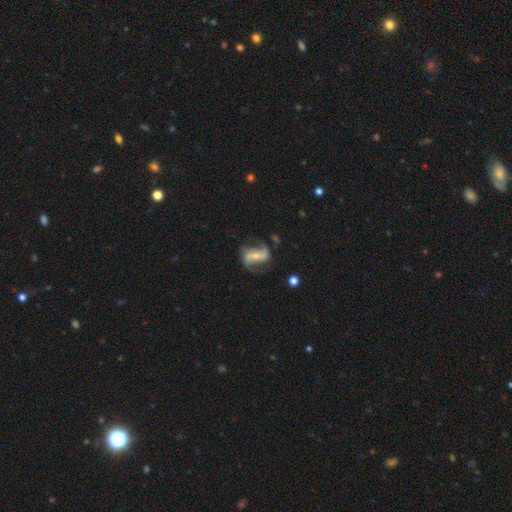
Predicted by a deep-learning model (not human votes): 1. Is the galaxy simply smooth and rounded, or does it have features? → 83% featured or disk, 10% smooth, 6% star or artifact.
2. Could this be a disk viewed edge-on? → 96% no, 4% yes.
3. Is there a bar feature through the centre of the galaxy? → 52% strong, 30% weak, 18% no.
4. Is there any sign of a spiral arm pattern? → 94% yes, 6% no.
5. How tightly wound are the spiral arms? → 54% loose, 35% medium, 11% tight.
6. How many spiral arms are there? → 88% 2, 4% can't tell, 3% 3, 3% 1, 1% 4, 1% more than 4.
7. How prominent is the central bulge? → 57% small, 35% moderate, 5% none, 2% large, 1% dominant.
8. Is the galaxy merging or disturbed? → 66% none, 18% minor disturbance, 13% major disturbance, 3% merger.